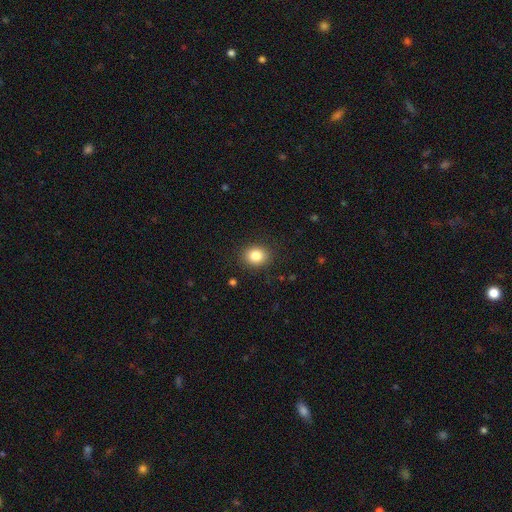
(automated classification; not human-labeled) Smooth or featured: smooth — 83% (star or artifact — 10%)
How rounded: round — 65% (in between — 35%)
Merging: none — 89% (minor disturbance — 8%)